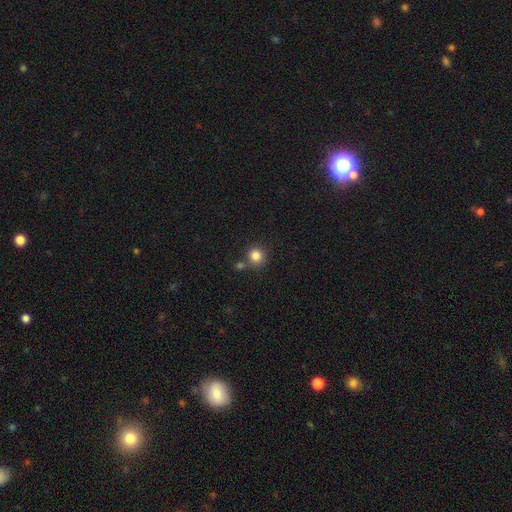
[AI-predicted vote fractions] Smooth or featured?
  - smooth: 84% *
  - star or artifact: 11%
  - featured or disk: 5%
How rounded?
  - round: 92% *
  - in between: 7%
  - cigar-shaped: 1%
Merging?
  - none: 72% *
  - merger: 16%
  - minor disturbance: 9%
  - major disturbance: 3%